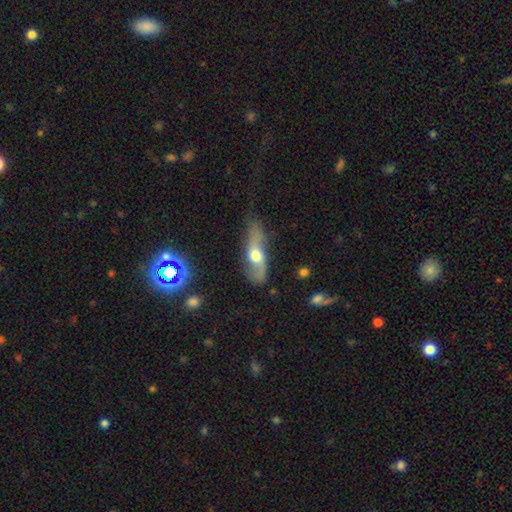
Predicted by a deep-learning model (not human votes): Smooth or featured: featured or disk — 59% (smooth — 35%)
Edge-on disk: no — 65% (yes — 35%)
Merging: none — 54% (minor disturbance — 30%)